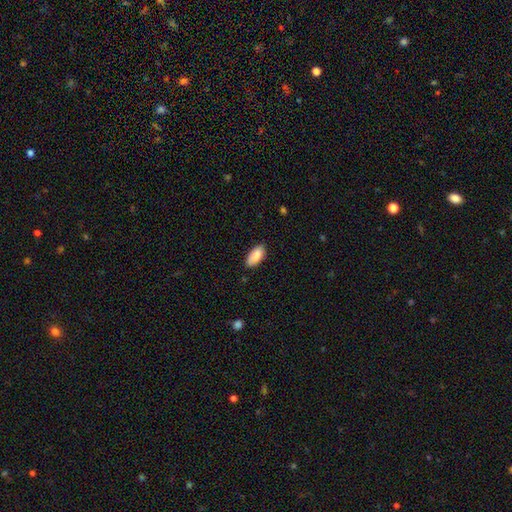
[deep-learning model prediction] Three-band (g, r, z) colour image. It shows a smooth galaxy with no disk features (89%) that is in between round and cigar-shaped (90%). Merging: none (85%).